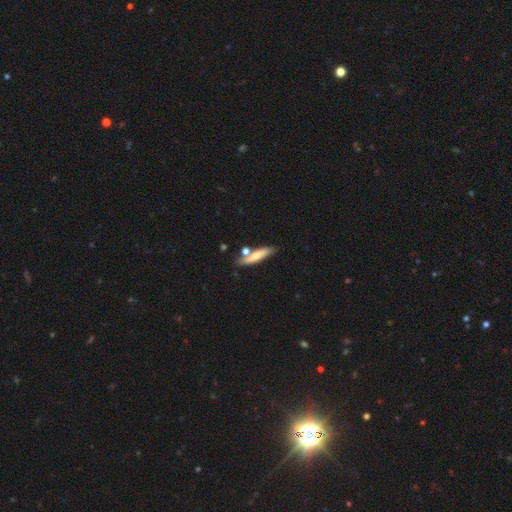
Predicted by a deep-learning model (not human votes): Q: Smooth or featured?
A: smooth (60%); runner-up: featured or disk (34%)
Q: How rounded?
A: cigar-shaped (77%); runner-up: in between (20%)
Q: Merging?
A: none (66%); runner-up: minor disturbance (15%)